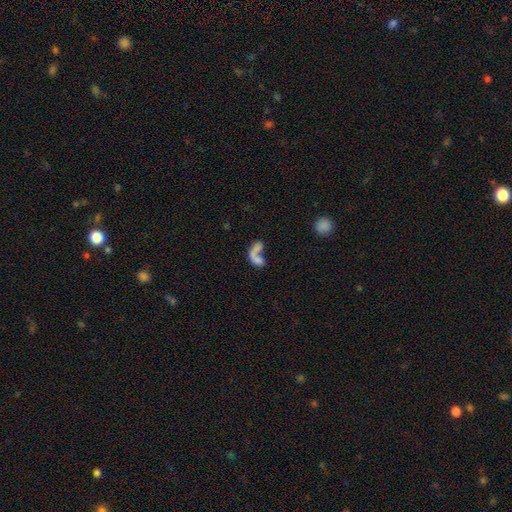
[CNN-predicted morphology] smooth 51%, featured or disk 36%, star or artifact 13%. Down the decision tree: how rounded — in between (73%); merging — merger (42%).